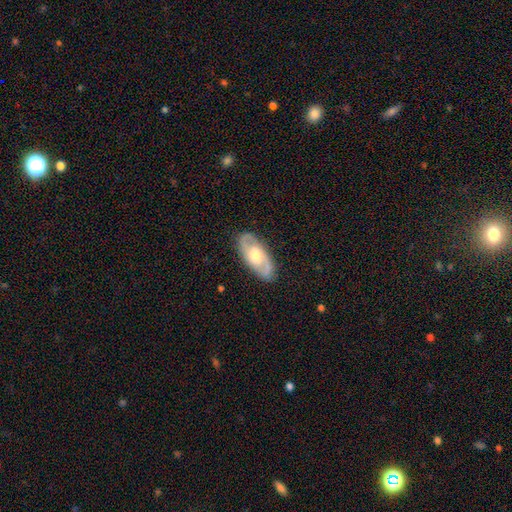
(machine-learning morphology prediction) Overall: featured or disk (75%). Edge-on disk: no (91%). Bar: no (49%; weak 40%). Spiral arms: yes (85%). Spiral arm count: 2 (87%). Spiral winding: medium (48%; tight 34%). Bulge size: moderate (59%; large 25%). Merging: none (86%).